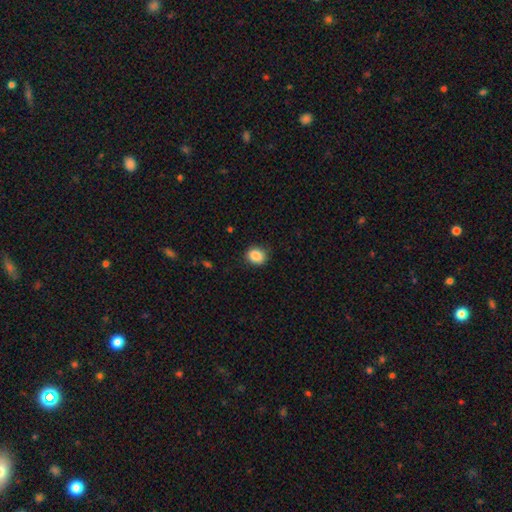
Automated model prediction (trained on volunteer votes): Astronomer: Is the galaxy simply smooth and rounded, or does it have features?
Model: smooth — 87%.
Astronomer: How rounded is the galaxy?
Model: round — 66%.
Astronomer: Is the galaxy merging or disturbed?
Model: none — 86%.